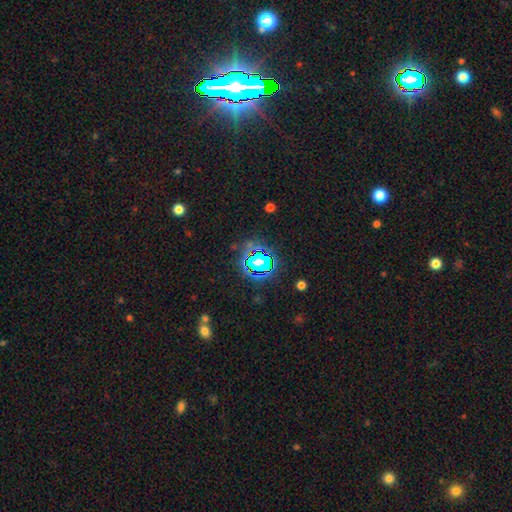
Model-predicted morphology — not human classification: Q: Smooth or featured?
A: star or artifact (81%); runner-up: smooth (11%)